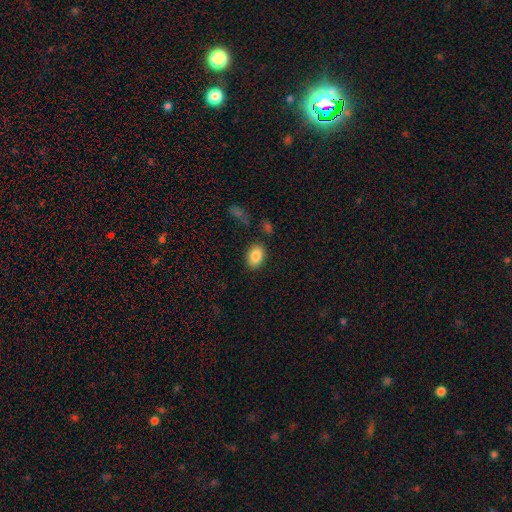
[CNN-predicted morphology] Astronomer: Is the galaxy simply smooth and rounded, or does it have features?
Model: smooth — 86%.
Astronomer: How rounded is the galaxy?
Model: in between — 81%.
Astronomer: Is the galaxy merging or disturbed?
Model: none — 84%.